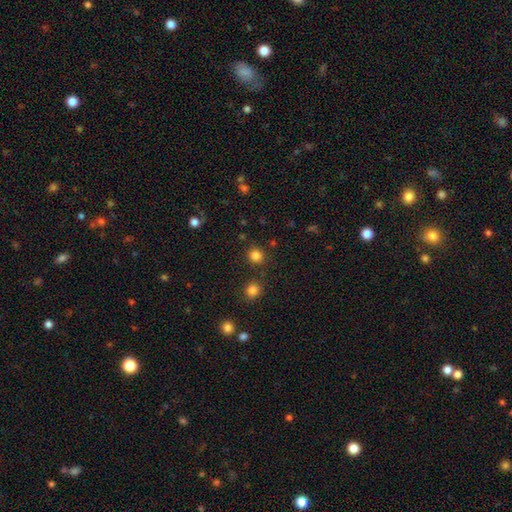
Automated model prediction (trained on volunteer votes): Overall: smooth (82%). How rounded: round (91%). Merging: none (87%).